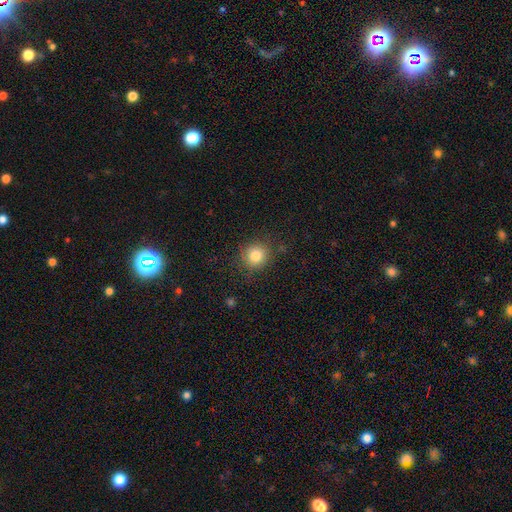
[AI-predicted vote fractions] The model was most divided on "smooth or featured": smooth: 83%, star or artifact: 11%, featured or disk: 6%. More confident: how rounded — round (88%); merging — none (84%).